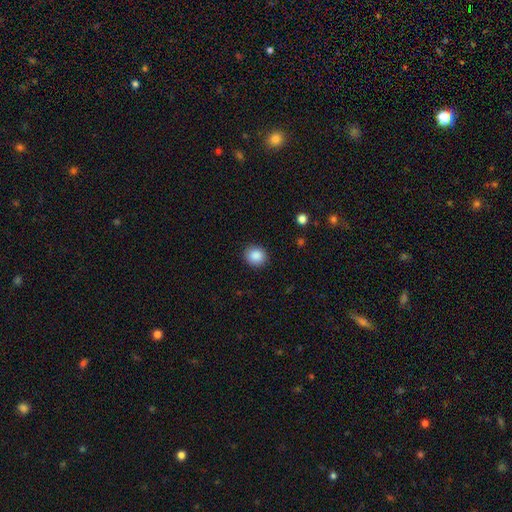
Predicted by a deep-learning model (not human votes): smooth-or-featured: smooth: 88% | star or artifact: 9% | featured or disk: 3%
  how-rounded: round: 82% | in between: 17% | cigar-shaped: 1%
  merging: none: 89% | minor disturbance: 8% | major disturbance: 2% | merger: 1%